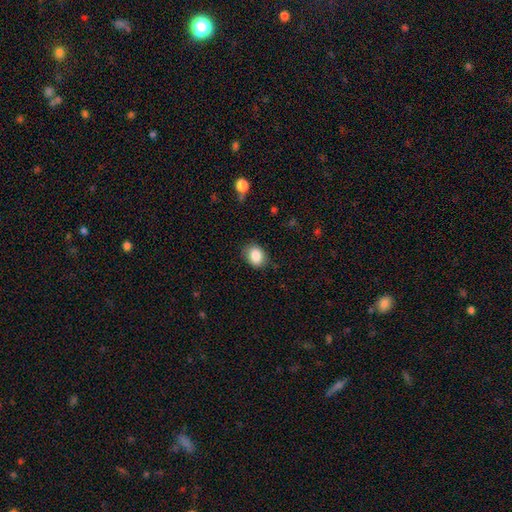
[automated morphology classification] type=smooth (86%); roundness=in between (54%); merging=none (82%).